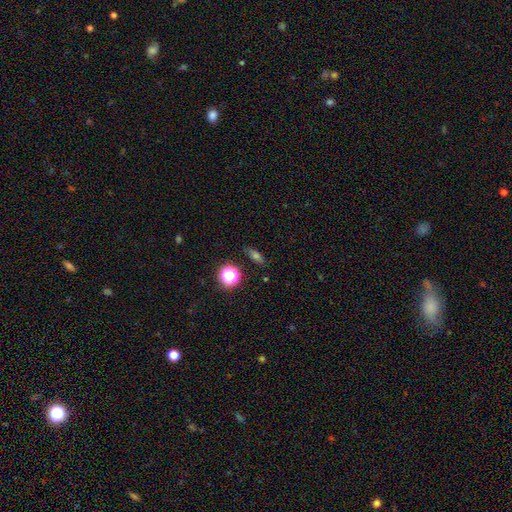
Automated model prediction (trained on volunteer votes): smooth 54%, star or artifact 28%, featured or disk 19%. Down the decision tree: how rounded — in between (50%); merging — none (85%).